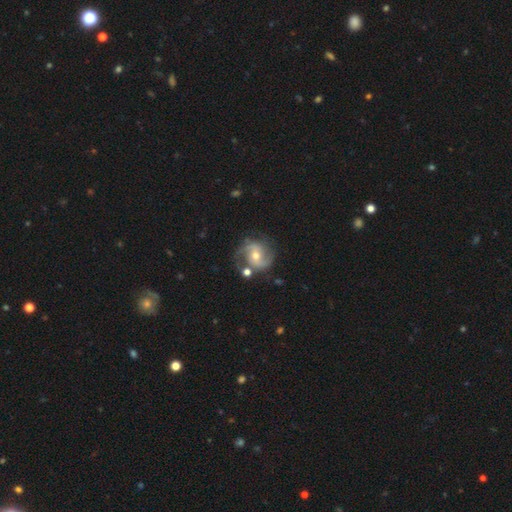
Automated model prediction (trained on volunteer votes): featured or disk 86%, smooth 8%, star or artifact 6%. Down the decision tree: edge-on disk — no (98%); bar — no (52%); spiral arms — yes (96%); spiral arm count — 2 (84%); spiral winding — medium (54%); bulge size — moderate (59%); merging — none (69%).